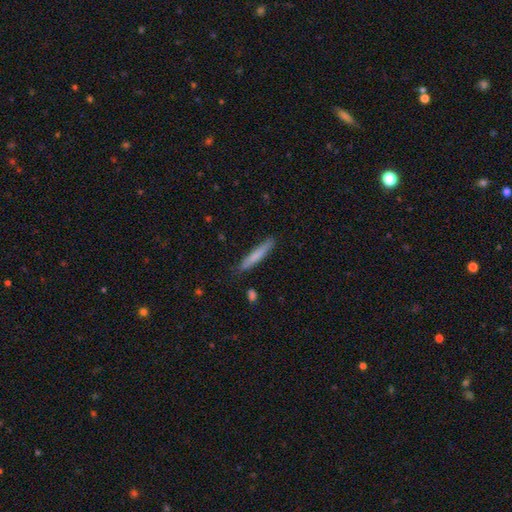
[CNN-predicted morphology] This appears to be a smooth galaxy with no disk features (74%) that is cigar-shaped (93%). Merging: none (84%).